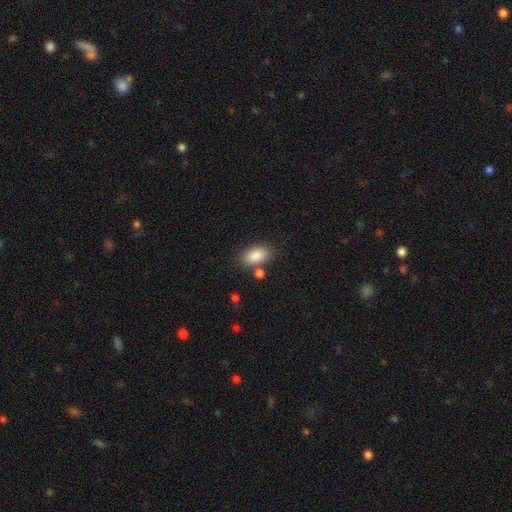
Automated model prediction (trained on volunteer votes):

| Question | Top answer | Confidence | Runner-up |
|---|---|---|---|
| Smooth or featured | smooth | 87% | star or artifact (7%) |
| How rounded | in between | 91% | round (5%) |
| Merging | none | 74% | minor disturbance (12%) |